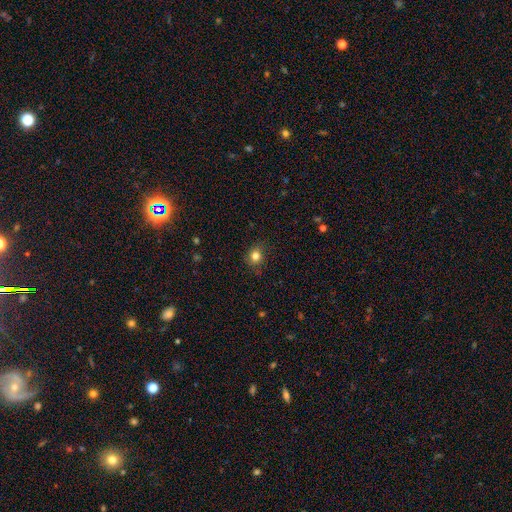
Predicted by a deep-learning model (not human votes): Smooth or featured? smooth (82%)
How rounded? round (75%)
Merging? none (83%)